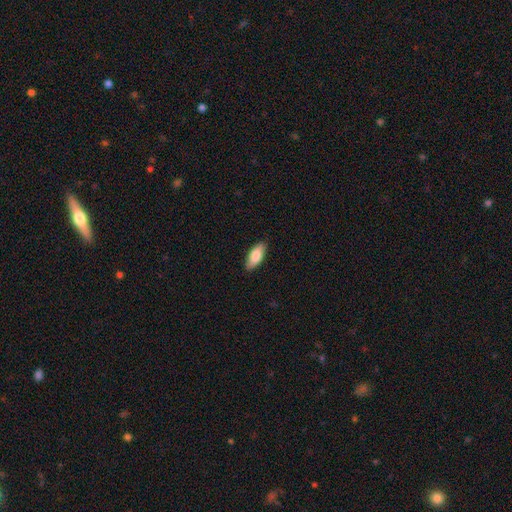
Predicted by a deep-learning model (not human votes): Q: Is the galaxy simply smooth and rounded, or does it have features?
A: smooth — 84%.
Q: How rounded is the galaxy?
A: in between — 85%.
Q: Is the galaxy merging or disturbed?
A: none — 89%.